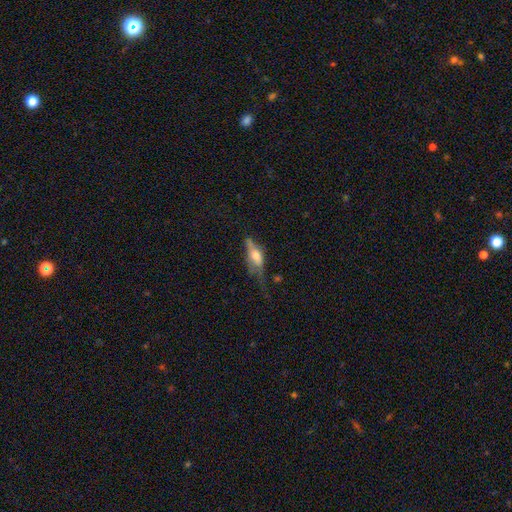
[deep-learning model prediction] This appears to be a smooth galaxy with no disk features (53%) that is in between round and cigar-shaped (69%). Merging: major disturbance (36%).